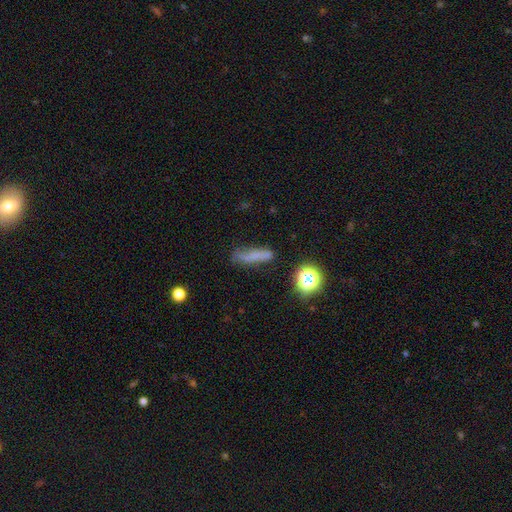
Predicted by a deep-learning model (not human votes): Overall: smooth (64%). How rounded: cigar-shaped (73%). Merging: none (61%; minor disturbance 24%).